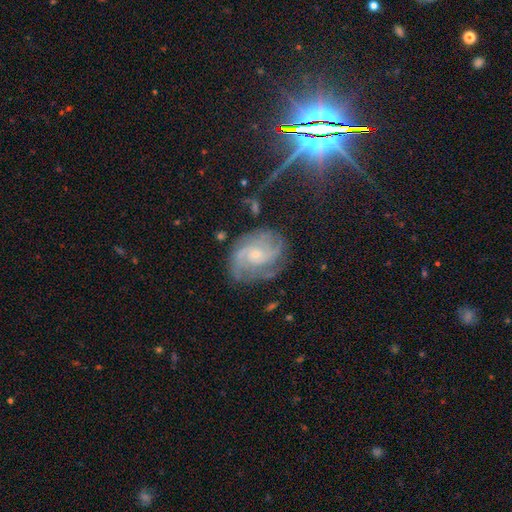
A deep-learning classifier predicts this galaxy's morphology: This is likely a featured or disk galaxy (71%). It is clearly not viewed edge-on (96%). Bar: possibly no (53%). Spiral arm pattern: clearly yes (94%). Spiral arm count: marginally 2 (32%). Spiral winding: possibly tight (50%). Central bulge: possibly small (56%). Merging: likely none (70%).